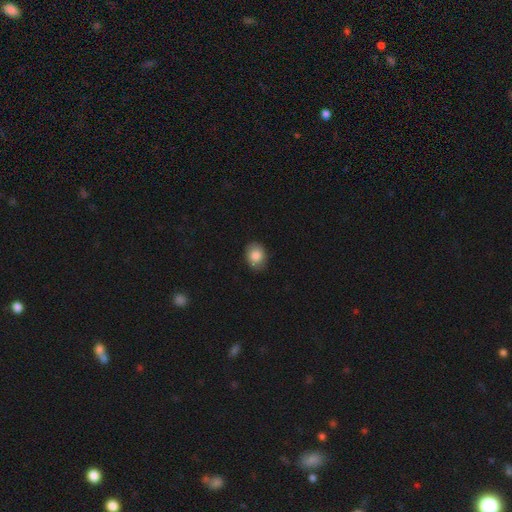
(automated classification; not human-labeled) smooth 84%, featured or disk 8%, star or artifact 8%. Down the decision tree: how rounded — in between (57%); merging — none (85%).